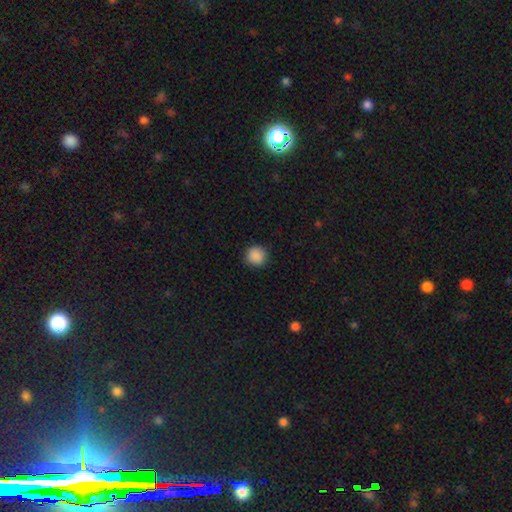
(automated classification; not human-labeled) The model was most divided on "smooth or featured": smooth: 89%, star or artifact: 9%, featured or disk: 3%. More confident: how rounded — round (92%); merging — none (89%).